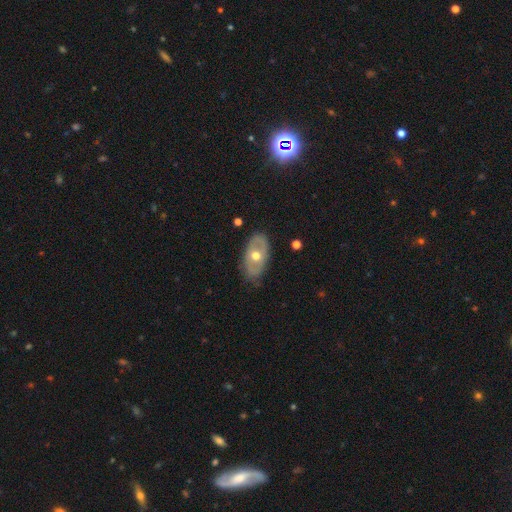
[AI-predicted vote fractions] Morphology: type=featured or disk (54%); edge-on=no (87%); merging=none (78%).